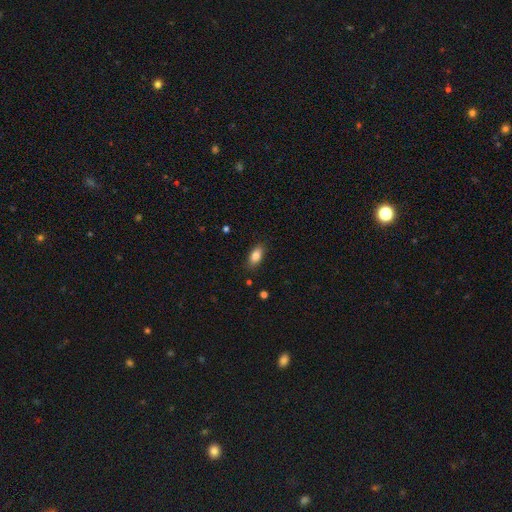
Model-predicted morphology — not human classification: A smooth galaxy with no disk features (84%) that is in between round and cigar-shaped (88%).

Vote fractions:
- Smooth or featured? smooth: 84% / featured or disk: 9% / star or artifact: 8%
- How rounded? in between: 88% / cigar-shaped: 8% / round: 4%
- Merging? none: 85% / minor disturbance: 11% / major disturbance: 2% / merger: 1%